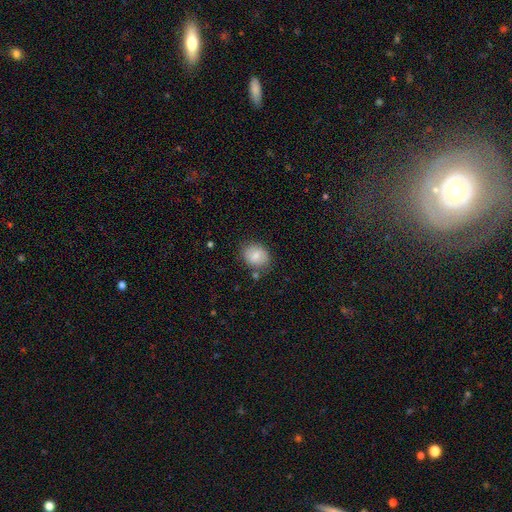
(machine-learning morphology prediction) smooth_or_featured: smooth (p=0.80) [alt: featured or disk p=0.12]
how_rounded: round (p=0.62) [alt: in between p=0.37]
merging: none (p=0.76) [alt: minor disturbance p=0.16]